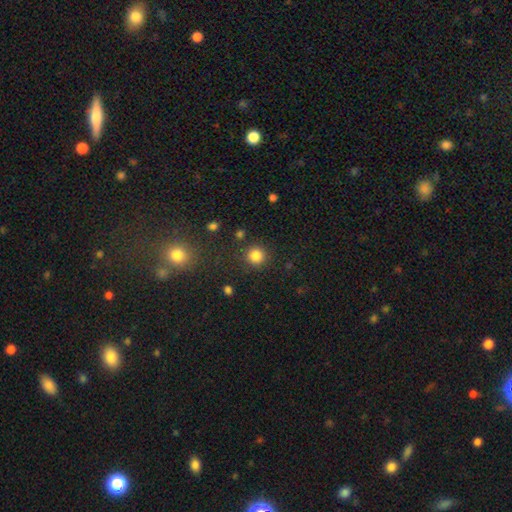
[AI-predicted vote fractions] Smooth or featured: smooth — 83% (star or artifact — 13%)
How rounded: round — 92% (in between — 7%)
Merging: none — 86% (minor disturbance — 8%)